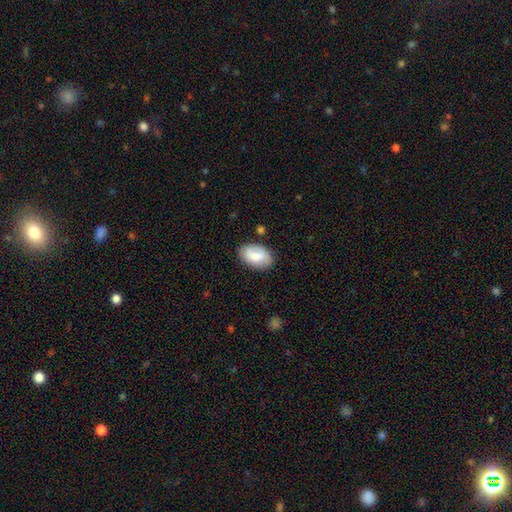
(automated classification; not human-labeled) The model was most divided on "smooth or featured": smooth: 71%, featured or disk: 22%, star or artifact: 7%. More confident: how rounded — in between (92%); merging — none (80%).